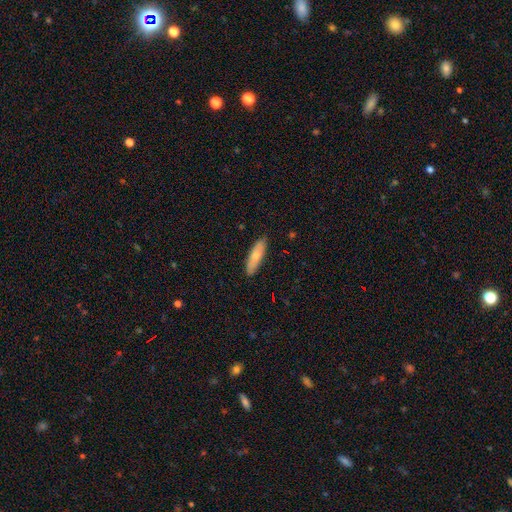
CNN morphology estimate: Smooth or featured: smooth — 71% (featured or disk — 24%)
How rounded: cigar-shaped — 57% (in between — 41%)
Merging: none — 87% (minor disturbance — 10%)